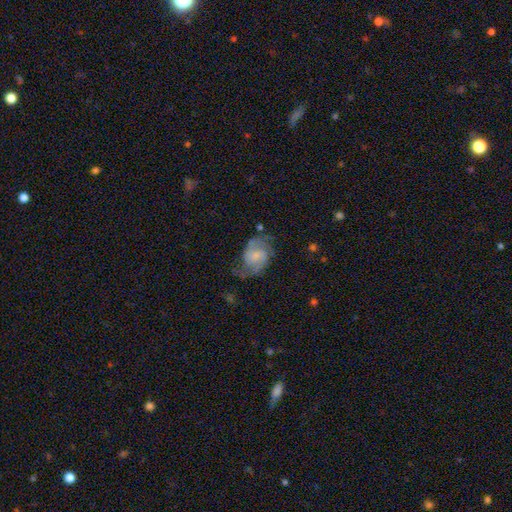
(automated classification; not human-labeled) The model was most divided on "bar": weak: 49%, no: 41%, strong: 11%. Remaining: edge-on disk — no (98%); spiral arms — yes (94%); spiral arm count — 2 (88%); smooth or featured — featured or disk (78%); merging — none (63%); spiral winding — medium (51%); bulge size — small (41%).